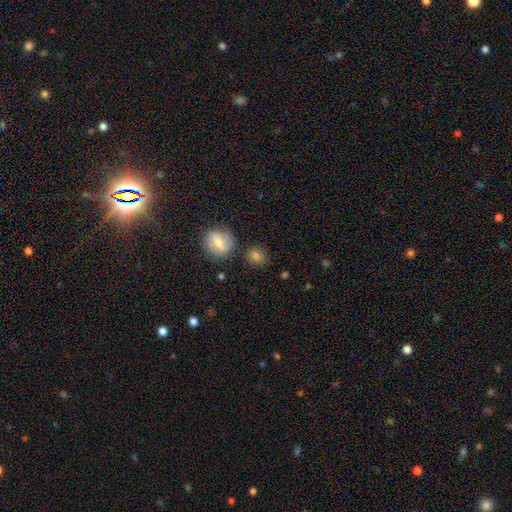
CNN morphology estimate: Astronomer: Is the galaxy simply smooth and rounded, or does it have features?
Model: smooth — 76%.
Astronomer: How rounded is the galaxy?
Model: round — 77%.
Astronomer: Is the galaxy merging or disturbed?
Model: none — 78%.